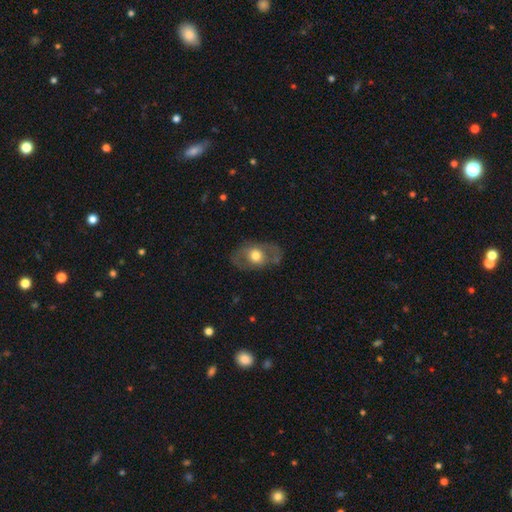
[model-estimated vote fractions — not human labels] Smooth or featured?
  - featured or disk: 47% *
  - smooth: 46%
  - star or artifact: 7%
Merging?
  - none: 74% *
  - minor disturbance: 16%
  - major disturbance: 8%
  - merger: 1%